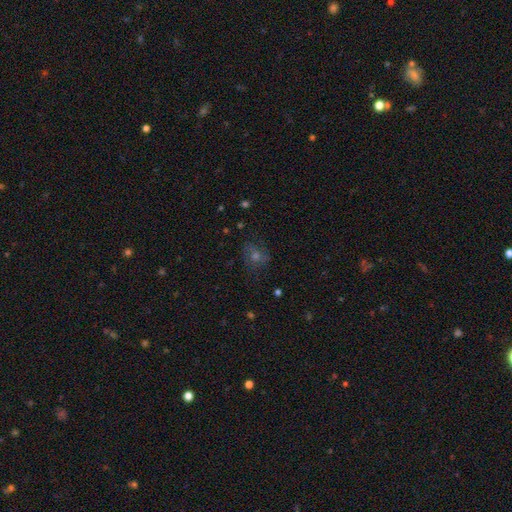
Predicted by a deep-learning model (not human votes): This appears to be a smooth galaxy with no disk features (38%). Merging: none (72%).